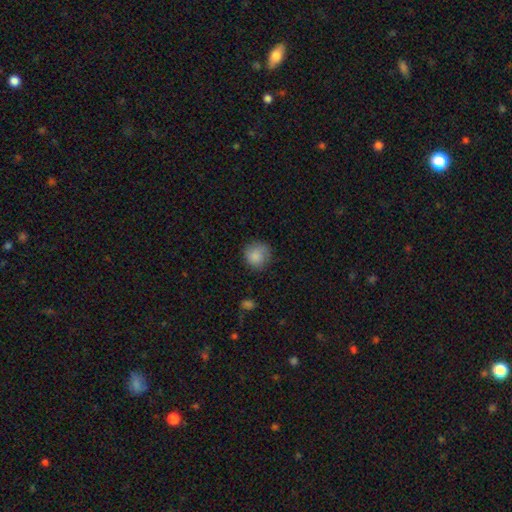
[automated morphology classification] Smooth or featured: smooth — 85% (star or artifact — 8%)
How rounded: round — 88% (in between — 11%)
Merging: none — 73% (minor disturbance — 21%)